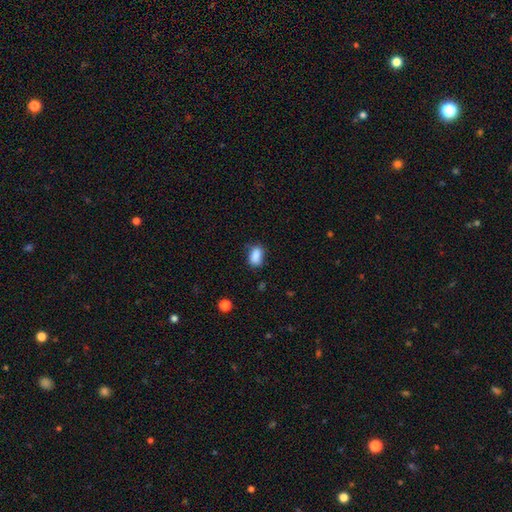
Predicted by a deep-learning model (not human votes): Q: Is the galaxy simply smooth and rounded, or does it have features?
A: smooth — 86%.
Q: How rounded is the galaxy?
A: in between — 85%.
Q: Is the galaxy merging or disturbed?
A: none — 68%.